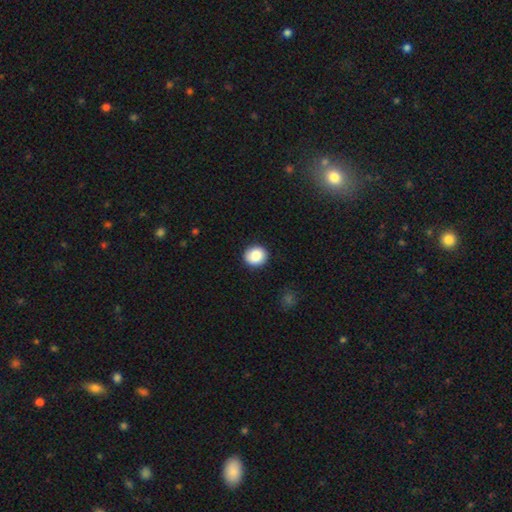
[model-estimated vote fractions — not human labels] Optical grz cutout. It shows a smooth galaxy with no disk features (88%) that is round (86%). Merging: none (90%).